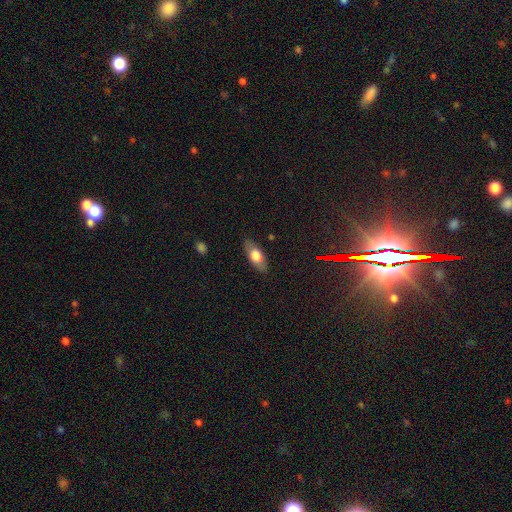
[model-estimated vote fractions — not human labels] This is likely a smooth galaxy (66%). How rounded: clearly in between (80%). Merging: clearly none (84%).